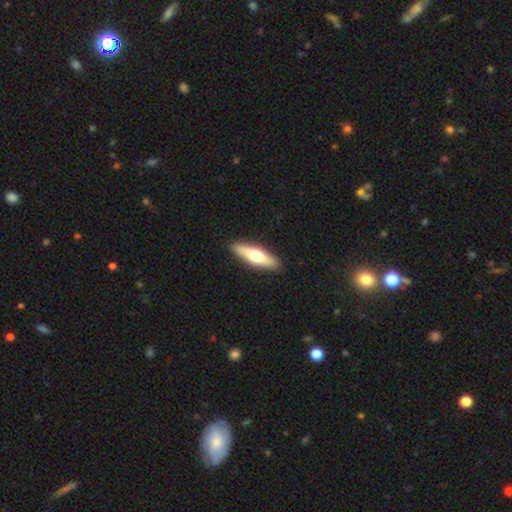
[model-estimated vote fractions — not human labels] smooth 58%, featured or disk 37%, star or artifact 5%. Down the decision tree: how rounded — cigar-shaped (61%); merging — none (91%).